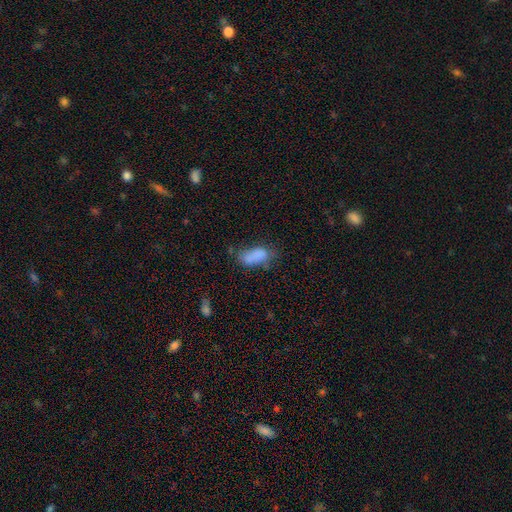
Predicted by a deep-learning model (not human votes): The model was most divided on "merging": none: 48%, minor disturbance: 29%, major disturbance: 15%, merger: 7%. More confident: how rounded — in between (88%); smooth or featured — smooth (81%).